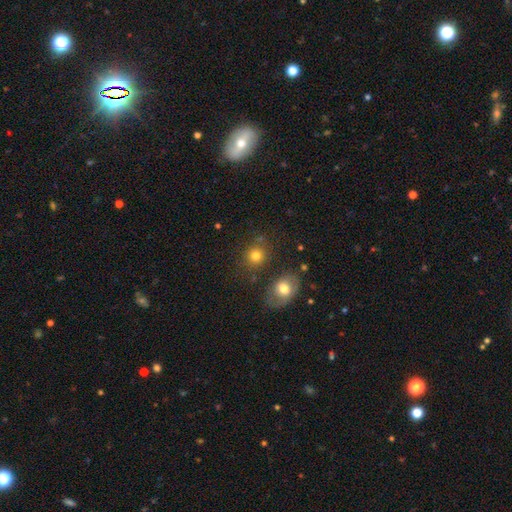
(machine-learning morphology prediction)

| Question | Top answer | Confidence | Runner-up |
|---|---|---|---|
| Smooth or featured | smooth | 77% | star or artifact (14%) |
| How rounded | round | 79% | in between (20%) |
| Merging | none | 74% | minor disturbance (11%) |